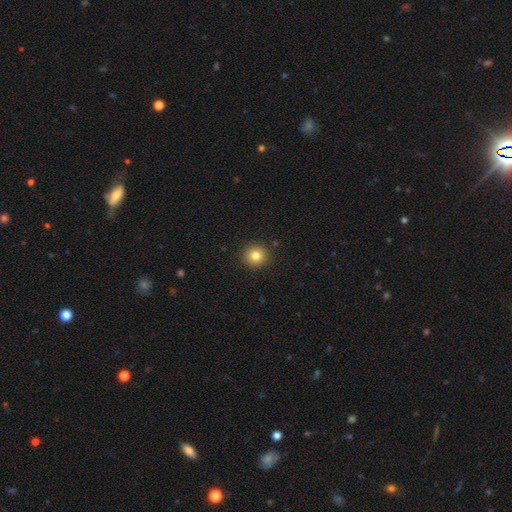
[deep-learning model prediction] This appears to be a smooth galaxy with no disk features (82%) that is round (93%). Merging: none (91%).